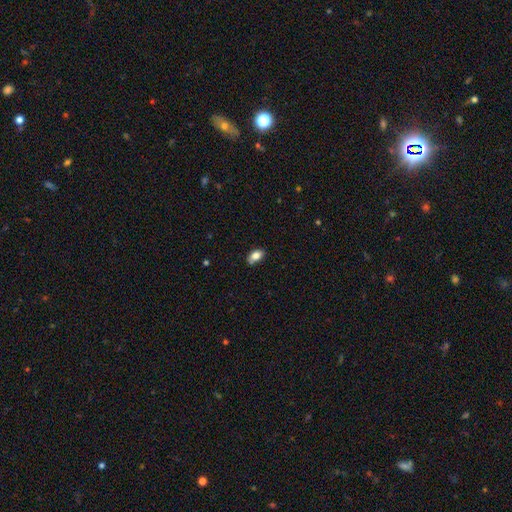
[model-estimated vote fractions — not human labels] A smooth galaxy with no disk features (80%) that is in between round and cigar-shaped (89%). Merging: none (72%).